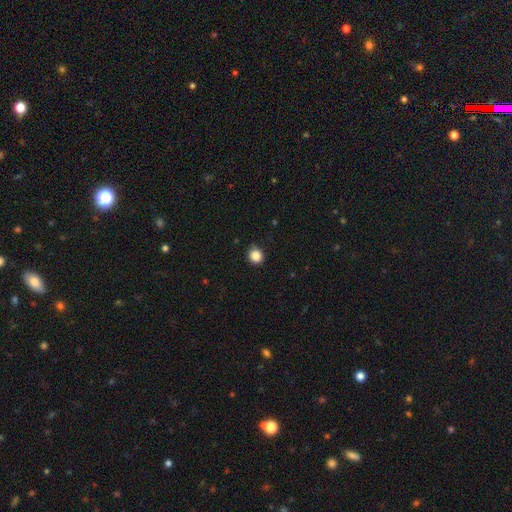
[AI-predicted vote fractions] smooth-or-featured: smooth: 86% | star or artifact: 11% | featured or disk: 3%
  how-rounded: round: 91% | in between: 8% | cigar-shaped: 1%
  merging: none: 86% | minor disturbance: 11% | major disturbance: 2% | merger: 1%